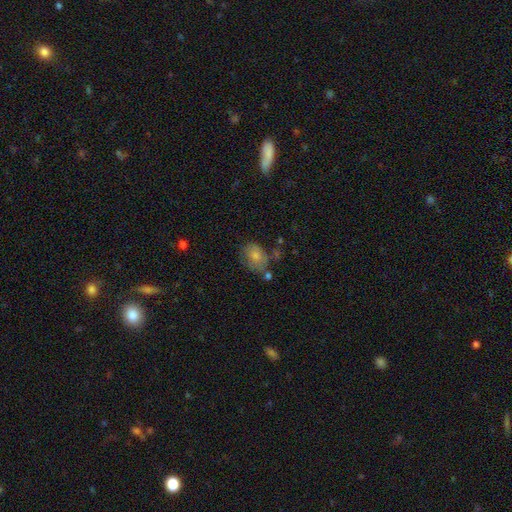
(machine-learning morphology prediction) type=smooth (74%); roundness=in between (70%); merging=none (47%).